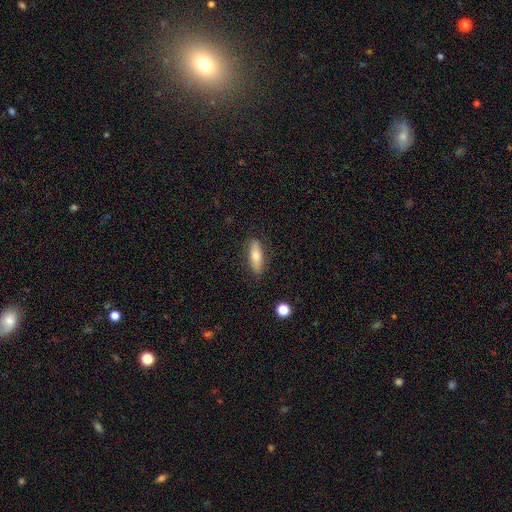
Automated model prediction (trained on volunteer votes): smooth_or_featured: smooth (p=0.65) [alt: featured or disk p=0.28]
how_rounded: cigar-shaped (p=0.51) [alt: in between p=0.46]
merging: none (p=0.86) [alt: minor disturbance p=0.11]